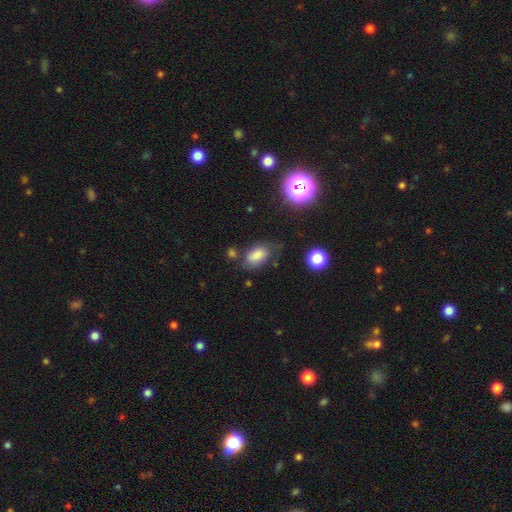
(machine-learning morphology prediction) smooth 79%, star or artifact 11%, featured or disk 10%. Down the decision tree: how rounded — in between (90%); merging — none (62%).